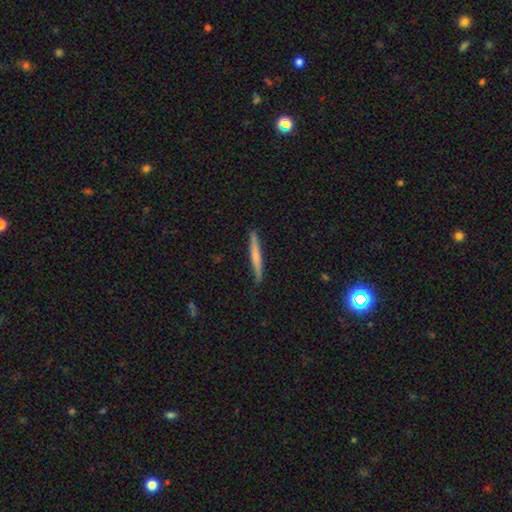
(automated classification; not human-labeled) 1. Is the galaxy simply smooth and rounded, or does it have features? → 58% smooth, 36% featured or disk, 5% star or artifact.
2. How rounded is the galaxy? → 96% cigar-shaped, 3% in between, 1% round.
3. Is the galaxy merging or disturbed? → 89% none, 9% minor disturbance, 1% major disturbance, 1% merger.